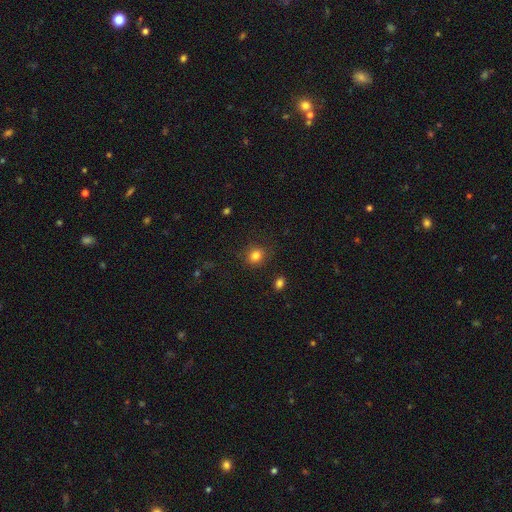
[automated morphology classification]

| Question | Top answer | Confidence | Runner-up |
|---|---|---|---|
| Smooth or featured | smooth | 82% | star or artifact (12%) |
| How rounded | round | 74% | in between (25%) |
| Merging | none | 85% | minor disturbance (10%) |